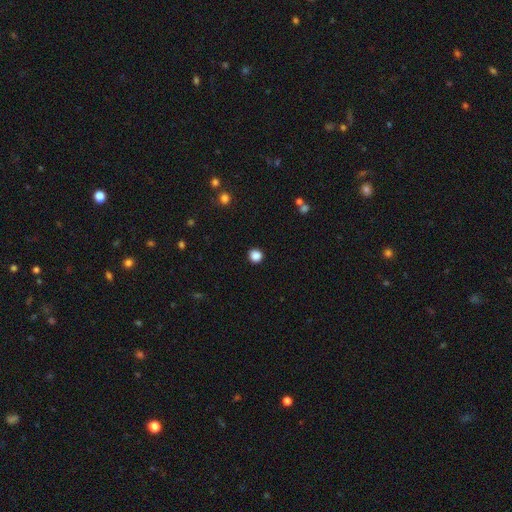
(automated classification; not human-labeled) Smooth or featured? Predicted: smooth (p=0.87). How rounded? Predicted: round (p=0.90). Merging? Predicted: none (p=0.91).